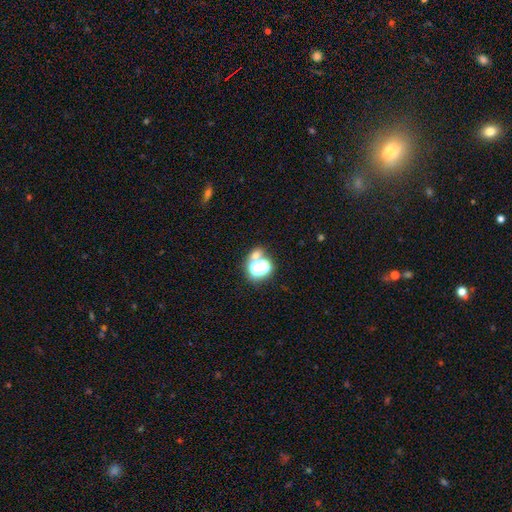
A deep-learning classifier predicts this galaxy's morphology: type=smooth (49%); merging=none (55%).